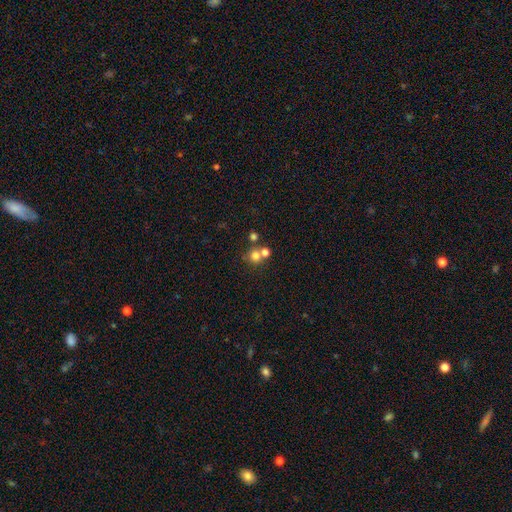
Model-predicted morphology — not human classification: Smooth or featured: smooth — 74% (star or artifact — 15%)
How rounded: round — 88% (in between — 11%)
Merging: none — 53% (merger — 38%)